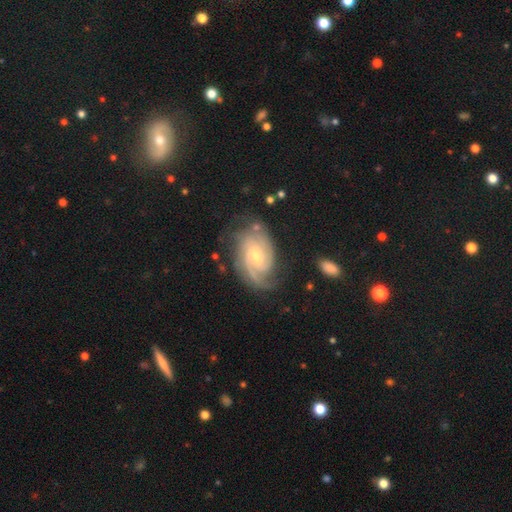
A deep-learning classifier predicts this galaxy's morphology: Smooth or featured?
  - featured or disk: 88% *
  - smooth: 8%
  - star or artifact: 5%
Edge-on disk?
  - no: 97% *
  - yes: 3%
Bar?
  - weak: 52% *
  - no: 36%
  - strong: 12%
Spiral arms?
  - yes: 97% *
  - no: 3%
Spiral winding?
  - tight: 60% *
  - medium: 33%
  - loose: 8%
Spiral arm count?
  - 2: 37% *
  - 3: 25%
  - can't tell: 21%
  - 4: 7%
  - 1: 6%
  - more than 4: 4%
Bulge size?
  - small: 55% *
  - moderate: 41%
  - large: 2%
  - none: 2%
  - dominant: 1%
Merging?
  - none: 68% *
  - minor disturbance: 20%
  - major disturbance: 9%
  - merger: 3%